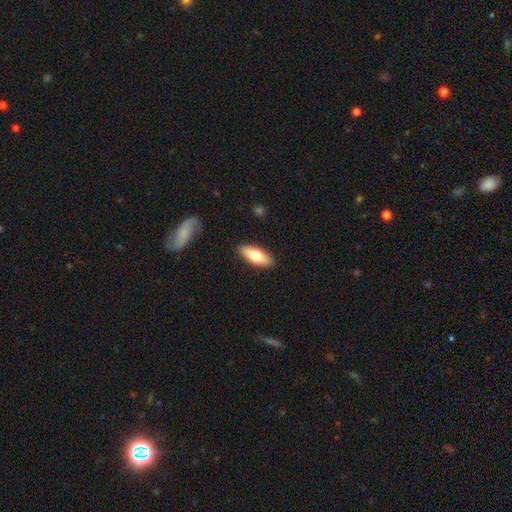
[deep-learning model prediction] smooth-or-featured: smooth: 74% | featured or disk: 21% | star or artifact: 6%
  how-rounded: in between: 72% | cigar-shaped: 26% | round: 2%
  merging: none: 88% | minor disturbance: 9% | major disturbance: 2% | merger: 1%